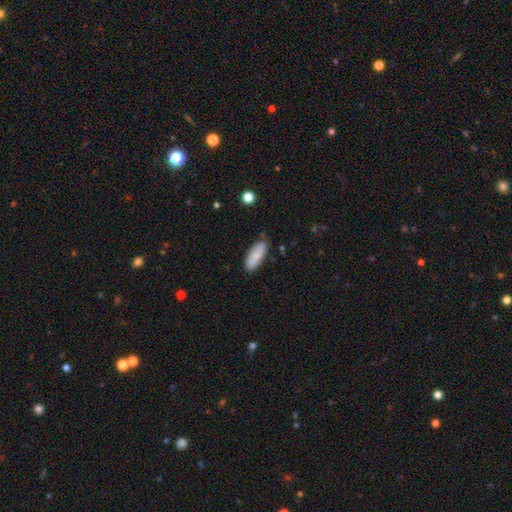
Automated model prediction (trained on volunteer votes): A smooth galaxy with no disk features (84%) that is in between round and cigar-shaped (73%). Merging: none (81%).